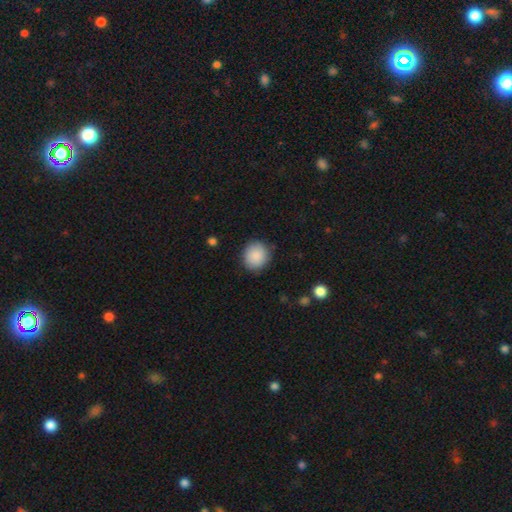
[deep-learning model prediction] A smooth galaxy with no disk features (89%) that is round (86%). Merging: none (88%).